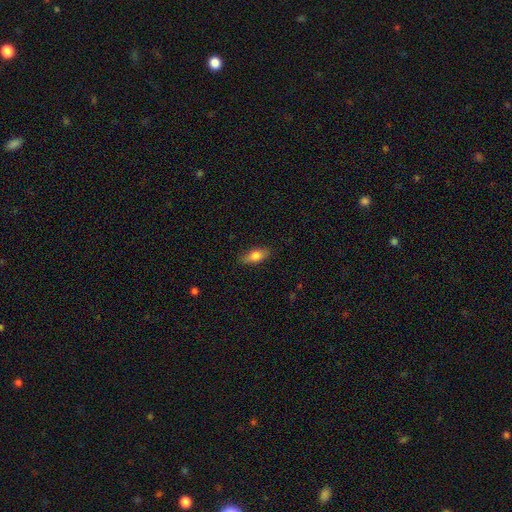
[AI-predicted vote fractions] smooth_or_featured: smooth (p=0.74) [alt: featured or disk p=0.19]
how_rounded: in between (p=0.77) [alt: cigar-shaped p=0.18]
merging: none (p=0.83) [alt: minor disturbance p=0.13]